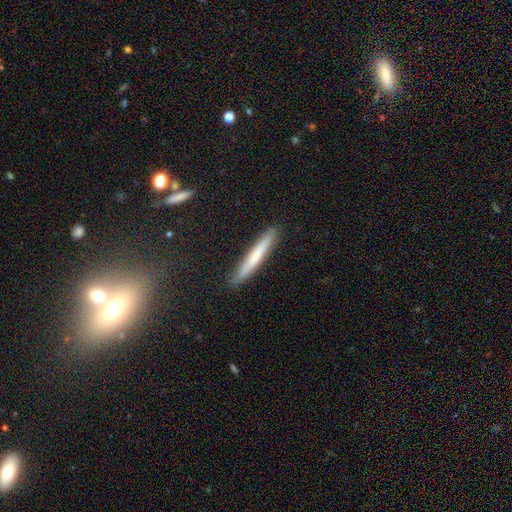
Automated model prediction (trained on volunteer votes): A smooth galaxy with no disk features (62%) that is cigar-shaped (96%). Merging: none (91%).